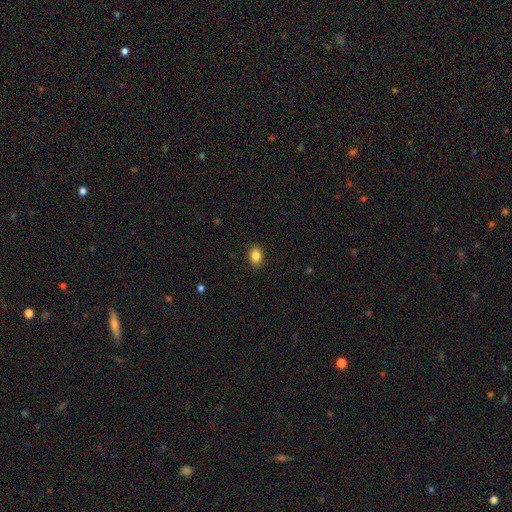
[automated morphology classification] Smooth or featured?
  - smooth: 87% *
  - star or artifact: 9%
  - featured or disk: 4%
How rounded?
  - in between: 73% *
  - round: 26%
  - cigar-shaped: 1%
Merging?
  - none: 89% *
  - minor disturbance: 8%
  - major disturbance: 2%
  - merger: 1%